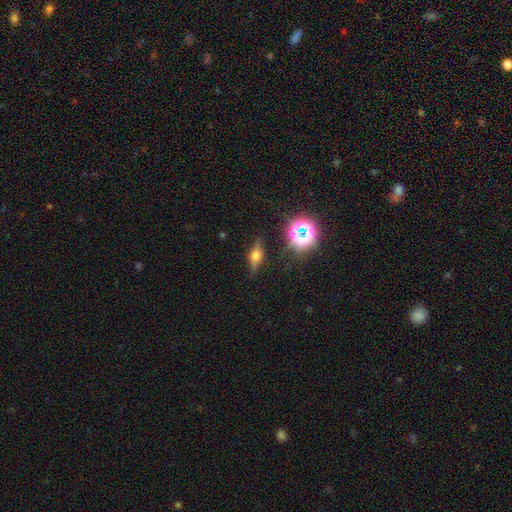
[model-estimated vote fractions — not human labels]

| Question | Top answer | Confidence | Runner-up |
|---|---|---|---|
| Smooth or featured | featured or disk | 49% | smooth (36%) |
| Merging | none | 84% | minor disturbance (11%) |